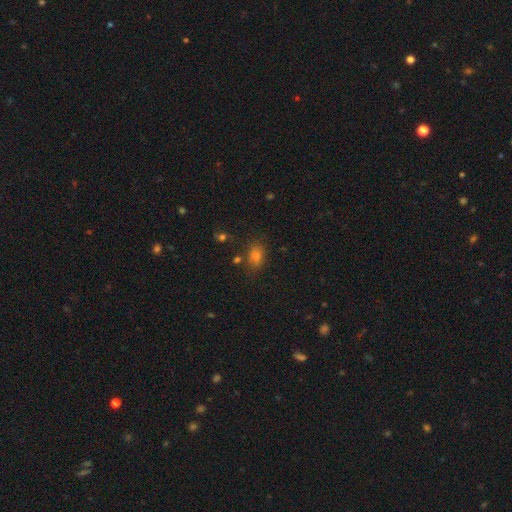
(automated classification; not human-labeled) Smooth or featured? smooth (70%)
How rounded? in between (74%)
Merging? none (77%)